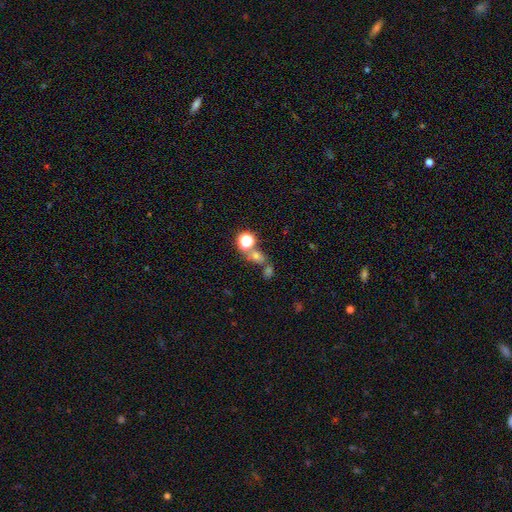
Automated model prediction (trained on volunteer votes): This is possibly a smooth galaxy (58%). How rounded: possibly round (56%). Merging: possibly none (50%).